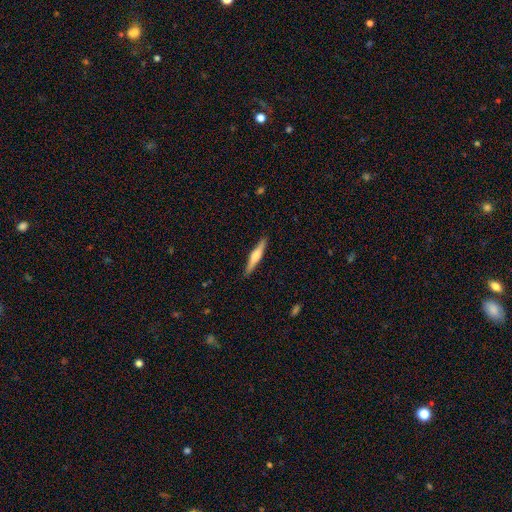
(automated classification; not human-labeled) Smooth or featured: featured or disk — 52% (smooth — 43%)
Edge-on disk: yes — 97% (no — 3%)
Edge-on bulge: rounded — 79% (boxy — 12%)
Merging: none — 90% (minor disturbance — 7%)